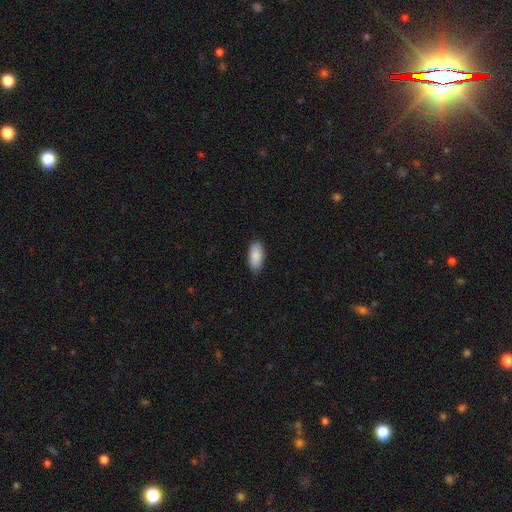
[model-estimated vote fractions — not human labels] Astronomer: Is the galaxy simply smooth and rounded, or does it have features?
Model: smooth — 89%.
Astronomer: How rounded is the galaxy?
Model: in between — 91%.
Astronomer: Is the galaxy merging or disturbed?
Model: none — 83%.